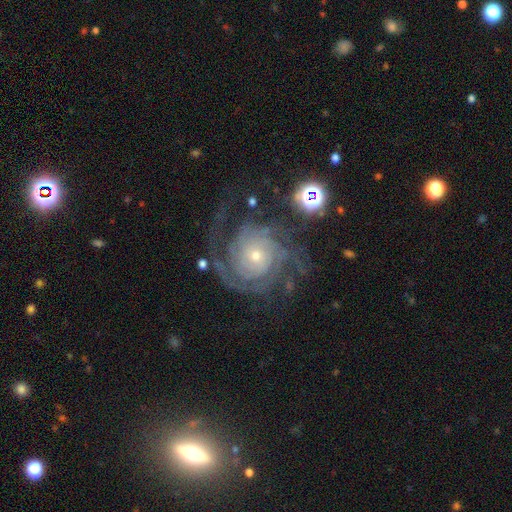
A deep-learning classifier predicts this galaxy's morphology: Smooth or featured?
  - featured or disk: 87% *
  - star or artifact: 7%
  - smooth: 6%
Edge-on disk?
  - no: 97% *
  - yes: 3%
Bar?
  - no: 77% *
  - weak: 18%
  - strong: 5%
Spiral arms?
  - yes: 97% *
  - no: 3%
Spiral winding?
  - tight: 67% *
  - medium: 25%
  - loose: 8%
Spiral arm count?
  - can't tell: 27% *
  - 2: 23%
  - 3: 19%
  - 4: 14%
  - more than 4: 9%
  - 1: 8%
Bulge size?
  - small: 65% *
  - moderate: 30%
  - large: 3%
  - none: 1%
  - dominant: 1%
Merging?
  - none: 63% *
  - major disturbance: 19%
  - minor disturbance: 15%
  - merger: 3%